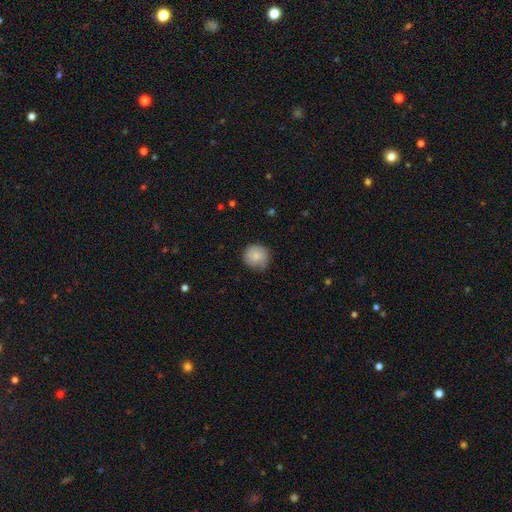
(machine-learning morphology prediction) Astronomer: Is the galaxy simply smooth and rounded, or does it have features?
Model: smooth — 82%.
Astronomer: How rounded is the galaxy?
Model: round — 90%.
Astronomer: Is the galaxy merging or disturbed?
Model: none — 69%.